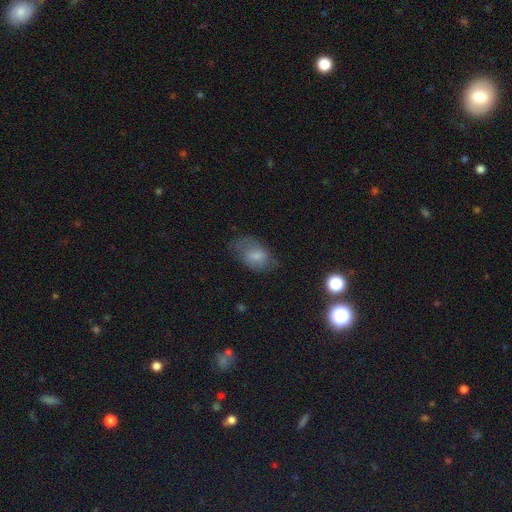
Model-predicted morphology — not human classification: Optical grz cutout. It shows a smooth galaxy with no disk features (64%) that is in between round and cigar-shaped (86%). Merging: none (52%).